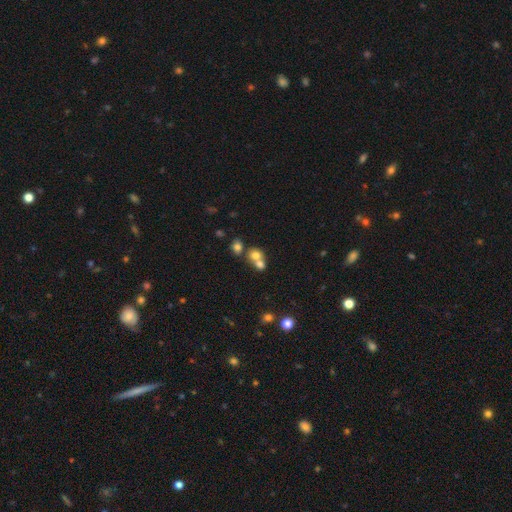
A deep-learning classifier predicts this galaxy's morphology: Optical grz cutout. It shows a smooth galaxy with no disk features (72%) that is round (75%). Merging: merger (56%).